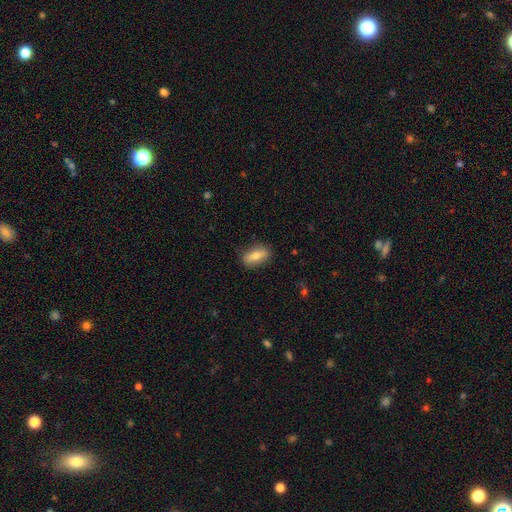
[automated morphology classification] smooth 72%, featured or disk 21%, star or artifact 7%. Down the decision tree: how rounded — in between (81%); merging — none (85%).